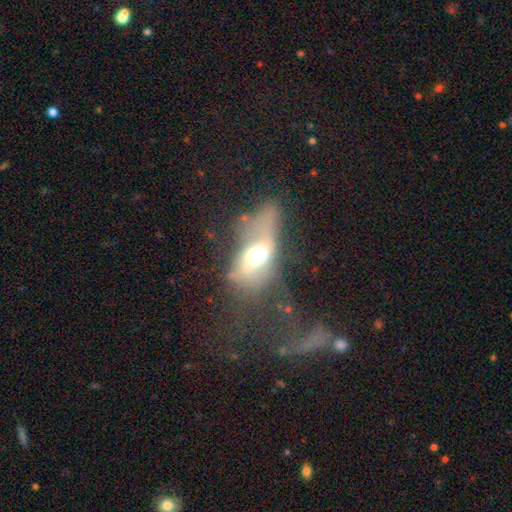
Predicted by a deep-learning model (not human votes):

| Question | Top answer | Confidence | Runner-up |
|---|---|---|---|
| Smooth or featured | featured or disk | 46% | smooth (43%) |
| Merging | major disturbance | 53% | none (18%) |